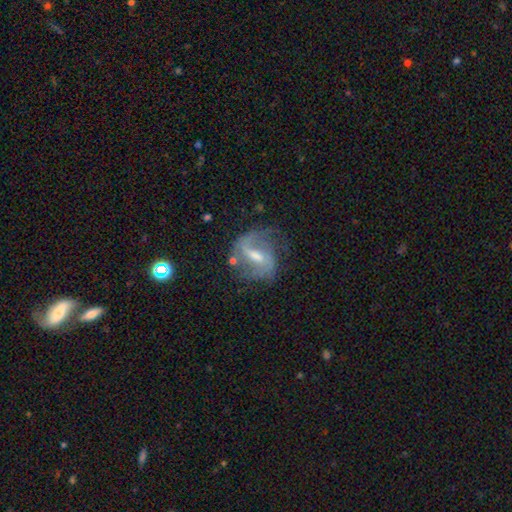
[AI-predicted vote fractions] Smooth or featured? Predicted: featured or disk (p=0.81). Edge-on disk? Predicted: no (p=0.96). Bar? Predicted: weak (p=0.46). Spiral arms? Predicted: yes (p=0.91). Spiral winding? Predicted: medium (p=0.43). Spiral arm count? Predicted: 2 (p=0.80). Bulge size? Predicted: moderate (p=0.53). Merging? Predicted: none (p=0.63).